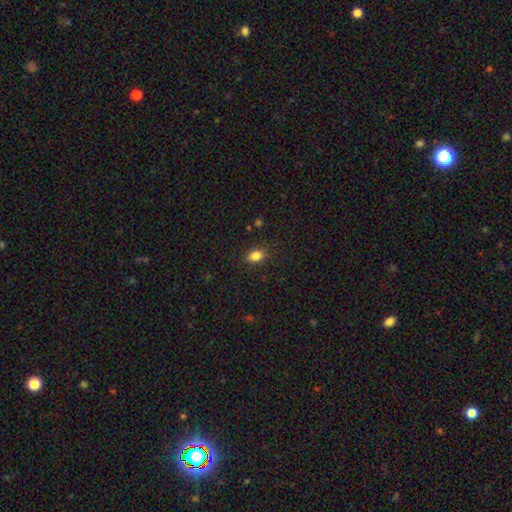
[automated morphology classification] type=smooth (84%); roundness=in between (79%); merging=none (85%).